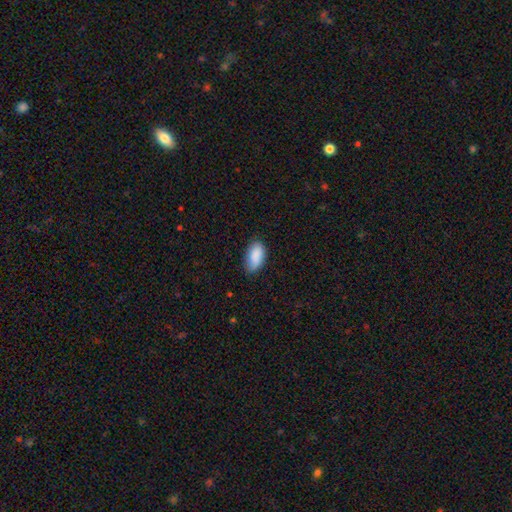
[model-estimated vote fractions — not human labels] This is clearly a smooth galaxy (89%). How rounded: clearly in between (94%). Merging: likely none (74%).